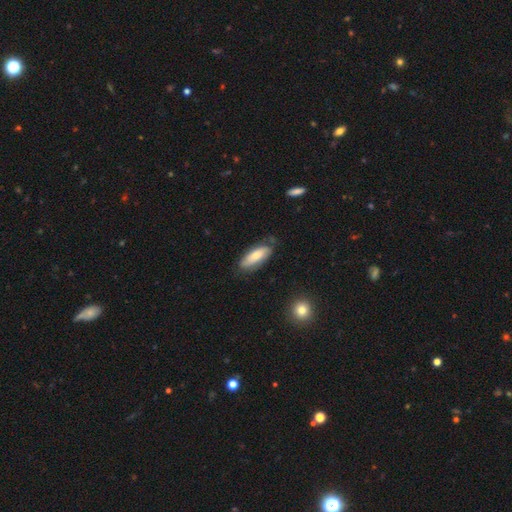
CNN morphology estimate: Smooth or featured? smooth (60%)
How rounded? in between (70%)
Merging? none (72%)